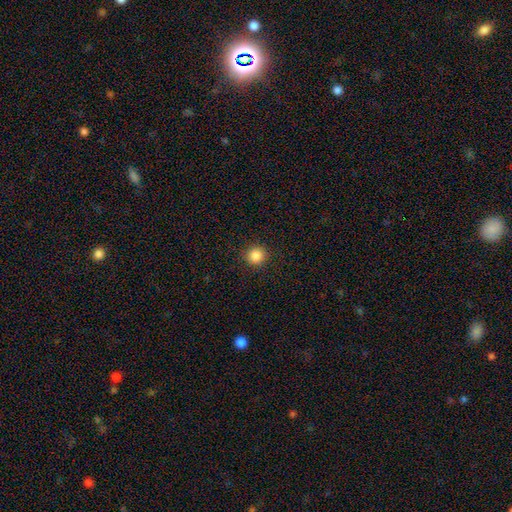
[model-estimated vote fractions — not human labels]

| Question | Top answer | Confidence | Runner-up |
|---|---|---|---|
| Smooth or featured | smooth | 85% | star or artifact (11%) |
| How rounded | round | 93% | in between (6%) |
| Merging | none | 91% | minor disturbance (6%) |